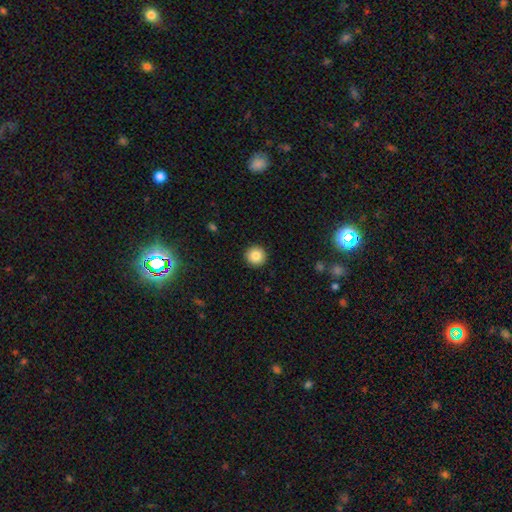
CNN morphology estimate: Overall: smooth (84%). How rounded: round (96%). Merging: none (93%).